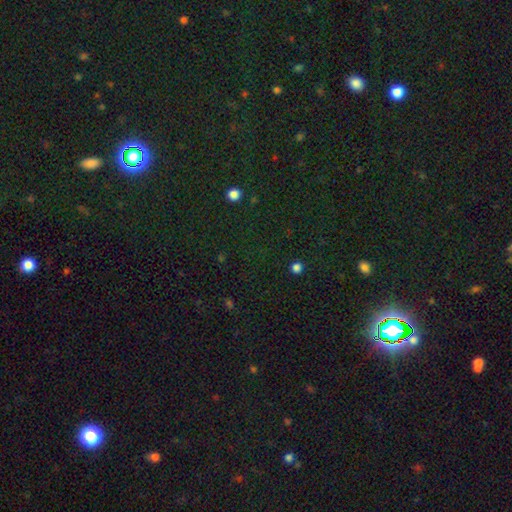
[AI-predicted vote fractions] The model was most divided on "smooth or featured": star or artifact: 76%, smooth: 17%, featured or disk: 7%.